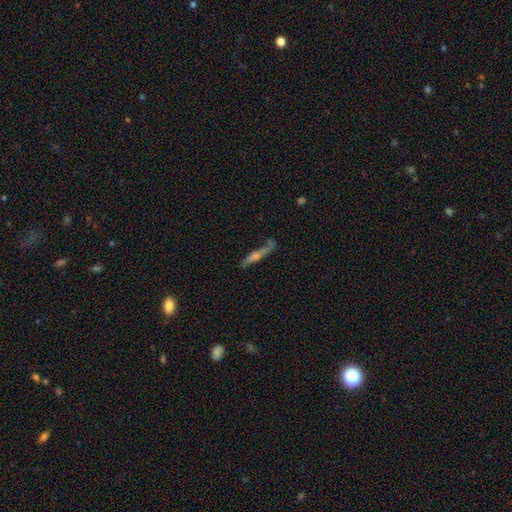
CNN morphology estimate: This is likely a featured or disk galaxy (62%). It is clearly viewed edge-on (80%). Merging: likely none (68%).